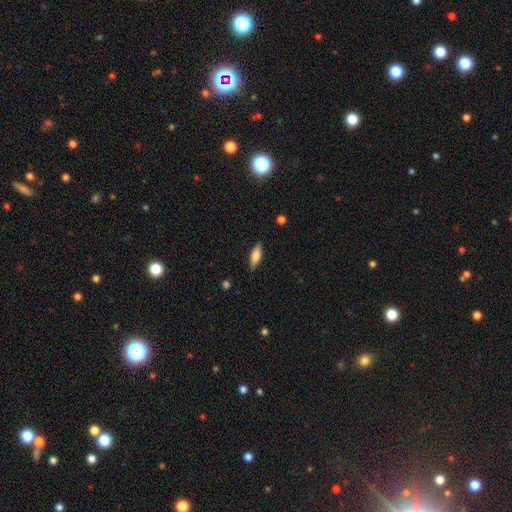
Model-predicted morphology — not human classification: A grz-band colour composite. It shows a smooth galaxy with no disk features (63%) that is in between round and cigar-shaped (51%). Merging: none (86%).